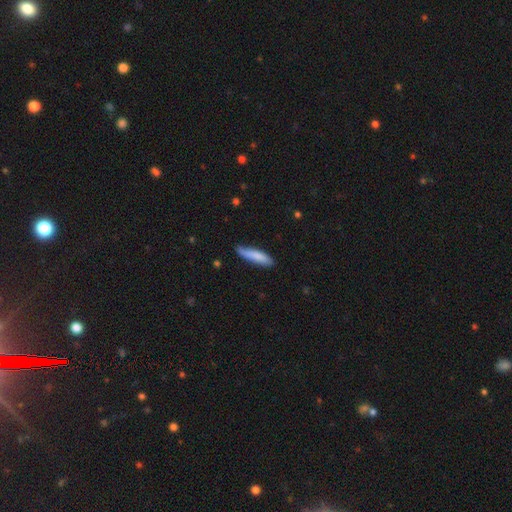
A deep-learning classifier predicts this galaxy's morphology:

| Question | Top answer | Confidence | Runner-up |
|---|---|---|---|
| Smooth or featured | smooth | 79% | featured or disk (16%) |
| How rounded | cigar-shaped | 78% | in between (21%) |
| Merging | none | 68% | minor disturbance (26%) |